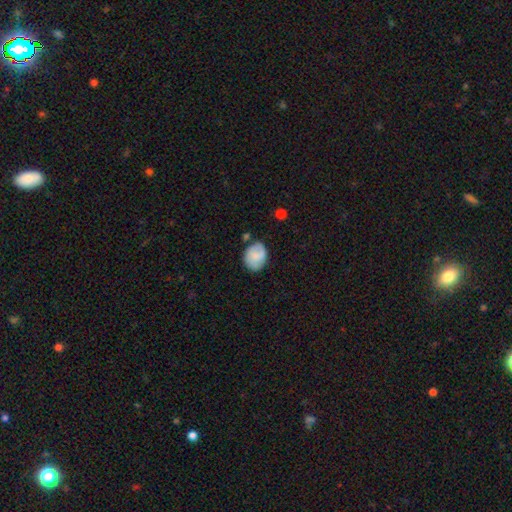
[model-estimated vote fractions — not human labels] Overall: smooth (65%; featured or disk 27%). How rounded: in between (52%; round 47%). Merging: none (66%).